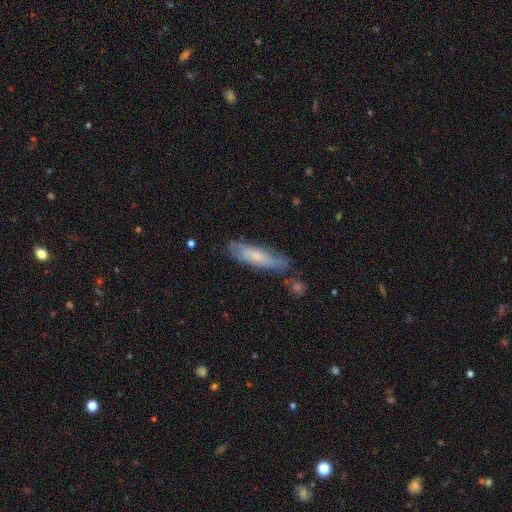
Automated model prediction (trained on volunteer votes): A smooth galaxy with no disk features (52%) that is cigar-shaped (71%). Merging: none (67%).